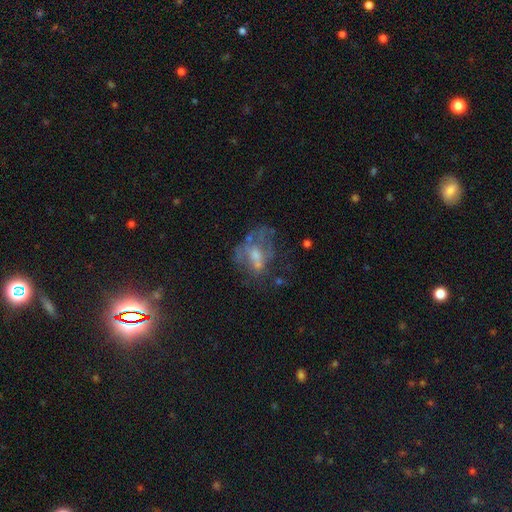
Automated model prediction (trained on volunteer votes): A featured or disk galaxy (54%) with no bar (72%), no spiral arms (75%) and a moderate central bulge (37%, tied with small).

Vote fractions:
- Smooth or featured? featured or disk: 54% / smooth: 25% / star or artifact: 21%
- Edge-on disk? no: 96% / yes: 4%
- Bar? no: 72% / weak: 22% / strong: 5%
- Spiral arms? no: 75% / yes: 25%
- Bulge size? moderate: 37% (tied) / small: 37% (tied) / none: 20% / large: 4% / dominant: 1%
- Merging? none: 38% / major disturbance: 34% / minor disturbance: 19% / merger: 9%